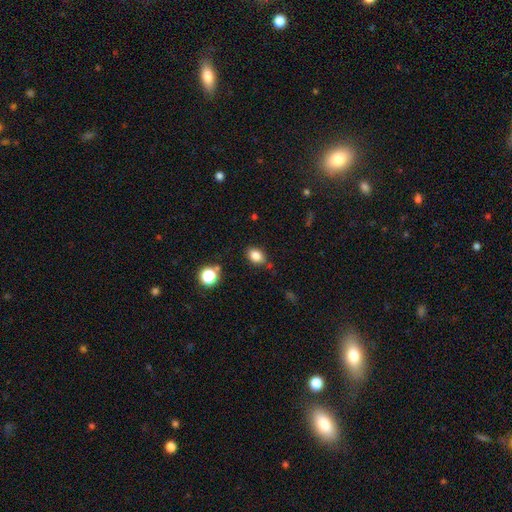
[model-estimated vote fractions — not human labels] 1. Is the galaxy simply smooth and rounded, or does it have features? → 83% smooth, 11% star or artifact, 6% featured or disk.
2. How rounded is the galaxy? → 72% in between, 27% round, 1% cigar-shaped.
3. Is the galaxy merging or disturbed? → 77% none, 15% minor disturbance, 4% merger, 4% major disturbance.